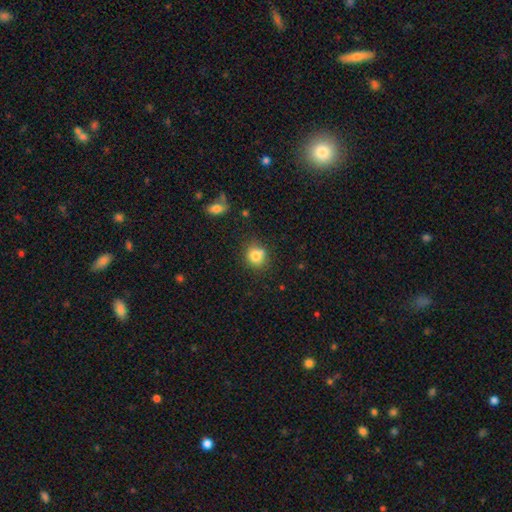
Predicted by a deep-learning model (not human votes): Smooth or featured?
  - smooth: 80% *
  - star or artifact: 11%
  - featured or disk: 9%
How rounded?
  - round: 78% *
  - in between: 21%
  - cigar-shaped: 1%
Merging?
  - none: 65% *
  - minor disturbance: 16%
  - merger: 15%
  - major disturbance: 4%